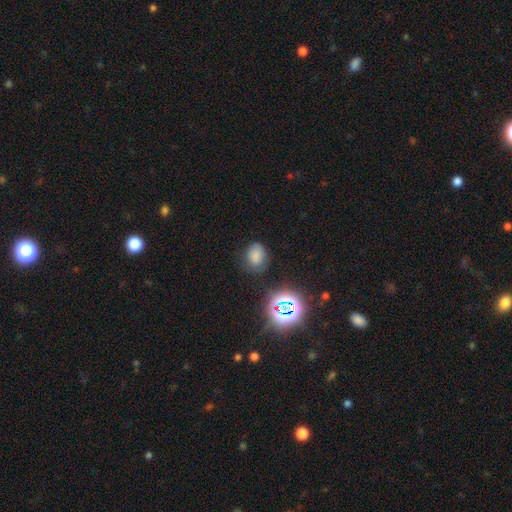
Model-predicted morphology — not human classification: Overall: smooth (71%). How rounded: in between (60%; round 39%). Merging: none (71%).